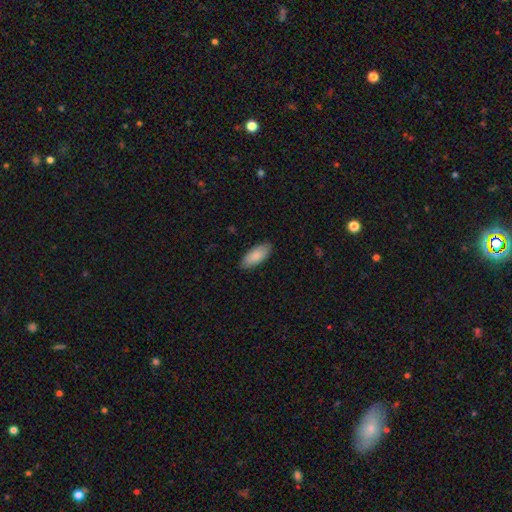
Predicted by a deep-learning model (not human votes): Q: Smooth or featured?
A: smooth (87%); runner-up: featured or disk (7%)
Q: How rounded?
A: in between (85%); runner-up: cigar-shaped (14%)
Q: Merging?
A: none (87%); runner-up: minor disturbance (10%)